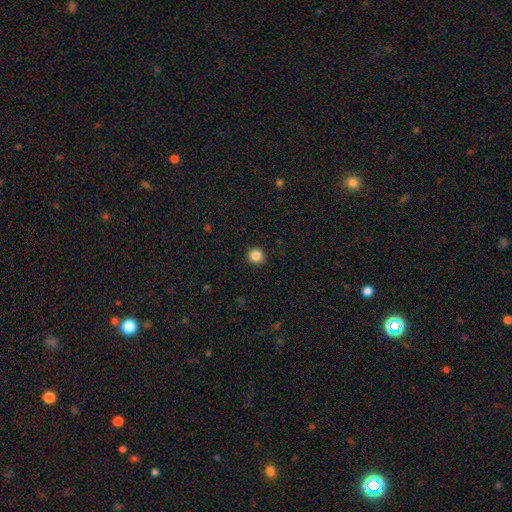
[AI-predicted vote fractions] smooth-or-featured: smooth: 86% | star or artifact: 11% | featured or disk: 3%
  how-rounded: round: 93% | in between: 6% | cigar-shaped: 1%
  merging: none: 91% | minor disturbance: 6% | major disturbance: 2% | merger: 1%